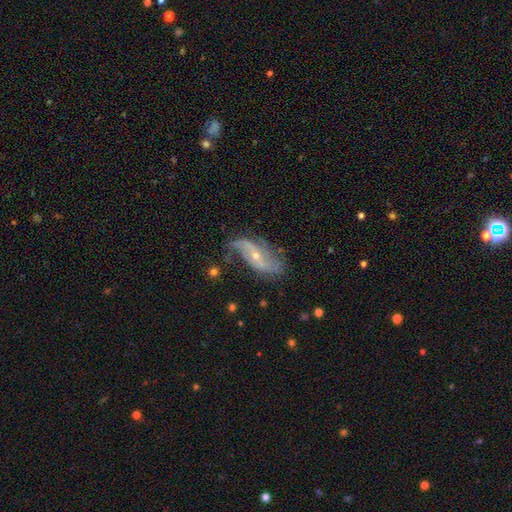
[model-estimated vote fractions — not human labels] smooth_or_featured: featured or disk (p=0.83) [alt: smooth p=0.10]
disk_edge_on: no (p=0.93) [alt: yes p=0.07]
bar: no (p=0.53) [alt: weak p=0.32]
has_spiral_arms: yes (p=0.94) [alt: no p=0.06]
spiral_winding: loose (p=0.59) [alt: medium p=0.29]
spiral_arm_count: 2 (p=0.80) [alt: can't tell p=0.08]
bulge_size: small (p=0.69) [alt: moderate p=0.28]
merging: none (p=0.62) [alt: minor disturbance p=0.23]